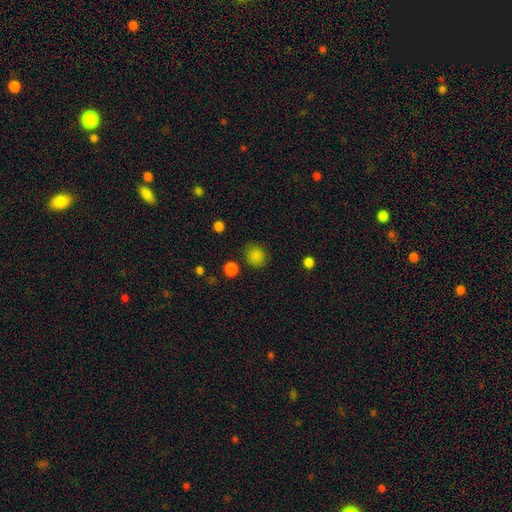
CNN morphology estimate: smooth 84%, star or artifact 13%, featured or disk 4%. Down the decision tree: how rounded — round (86%); merging — none (84%).